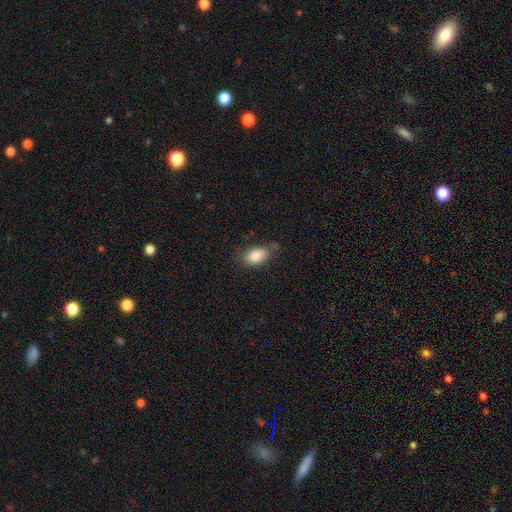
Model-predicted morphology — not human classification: This is clearly a smooth galaxy (86%). How rounded: clearly in between (89%). Merging: likely none (69%).